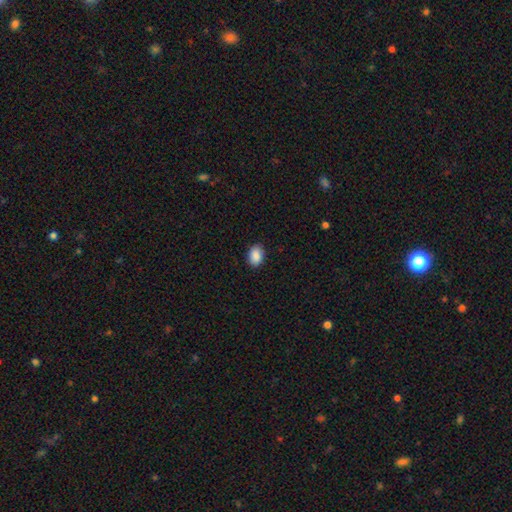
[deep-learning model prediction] Smooth or featured?
  - smooth: 89% *
  - star or artifact: 7%
  - featured or disk: 3%
How rounded?
  - in between: 81% *
  - round: 17%
  - cigar-shaped: 1%
Merging?
  - none: 88% *
  - minor disturbance: 9%
  - major disturbance: 2%
  - merger: 1%